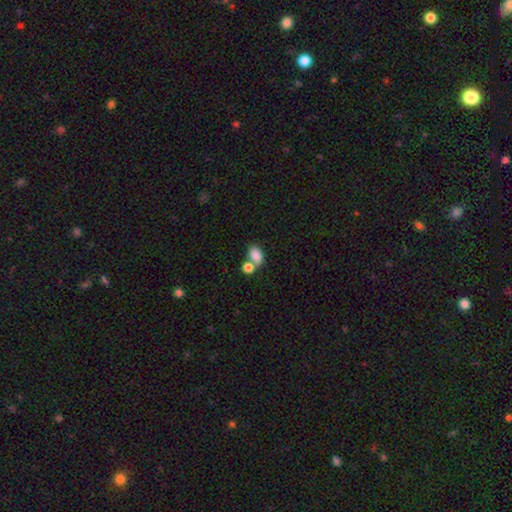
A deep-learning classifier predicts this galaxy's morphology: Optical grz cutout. It shows a smooth galaxy with no disk features (84%) that is in between round and cigar-shaped (82%). Merging: merger (44%).